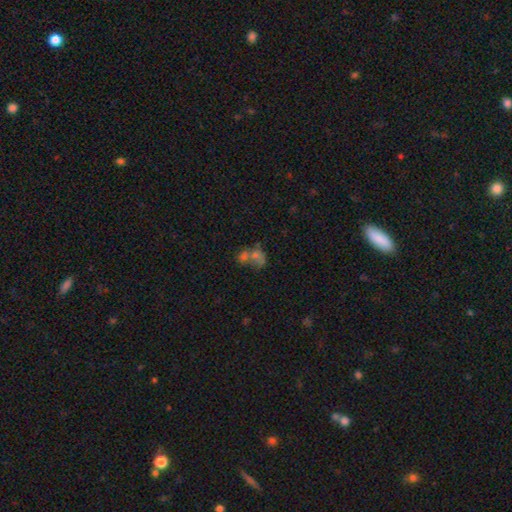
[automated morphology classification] type=smooth (57%); roundness=in between (53%); merging=merger (64%).